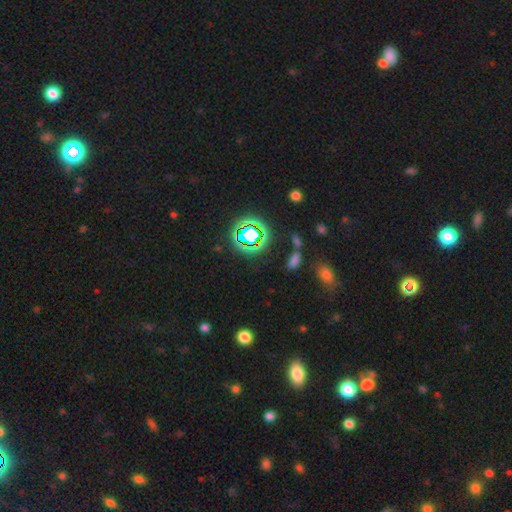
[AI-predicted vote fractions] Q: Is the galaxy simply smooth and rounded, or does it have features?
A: star or artifact — 70%.